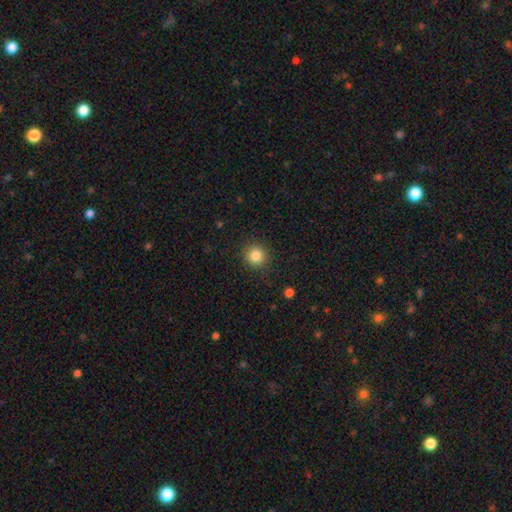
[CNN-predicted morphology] smooth 83%, star or artifact 12%, featured or disk 5%. Down the decision tree: how rounded — round (93%); merging — none (90%).